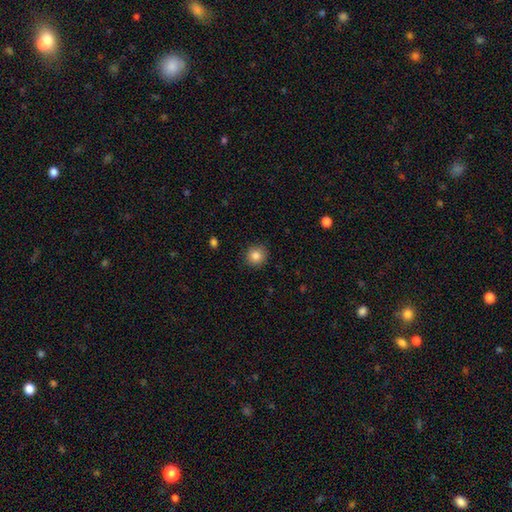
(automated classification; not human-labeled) A smooth galaxy with no disk features (85%) that is round (90%). Merging: none (89%).